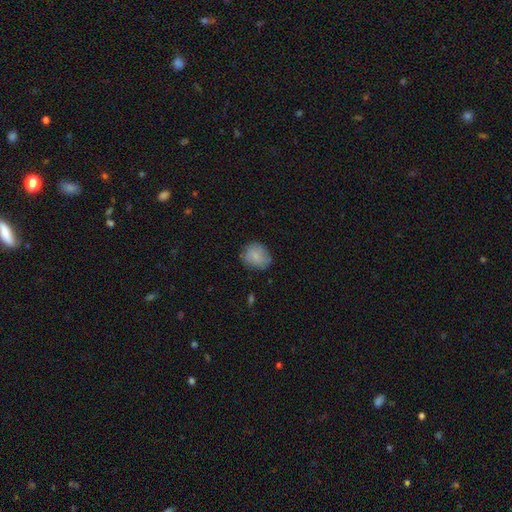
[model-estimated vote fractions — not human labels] smooth_or_featured: smooth (p=0.77) [alt: featured or disk p=0.15]
how_rounded: round (p=0.69) [alt: in between p=0.30]
merging: none (p=0.72) [alt: minor disturbance p=0.22]